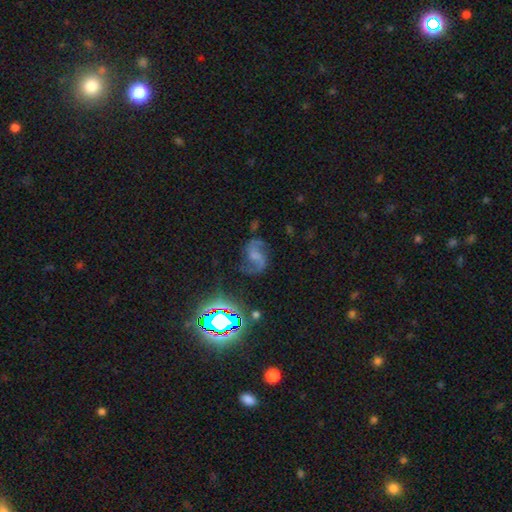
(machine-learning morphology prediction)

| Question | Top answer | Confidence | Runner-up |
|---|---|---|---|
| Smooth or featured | featured or disk | 75% | star or artifact (14%) |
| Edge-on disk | no | 98% | yes (2%) |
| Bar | weak | 44% | no (39%) |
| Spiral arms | yes | 95% | no (5%) |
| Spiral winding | loose | 56% | medium (37%) |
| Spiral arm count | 2 | 91% | can't tell (3%) |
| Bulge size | none | 44% | small (24%) |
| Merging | none | 67% | minor disturbance (18%) |